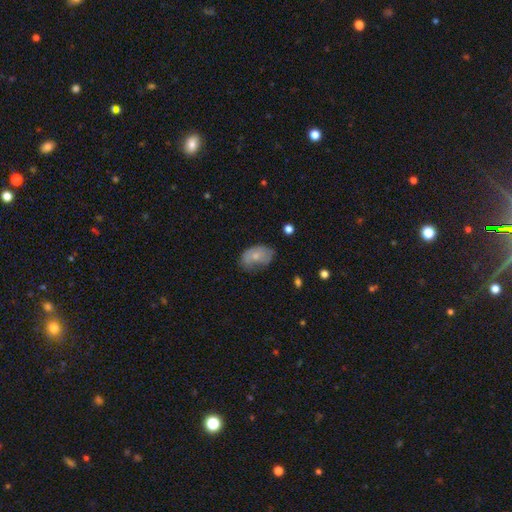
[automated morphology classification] Smooth or featured: smooth — 62% (featured or disk — 30%)
How rounded: in between — 87% (round — 11%)
Merging: none — 46% (minor disturbance — 35%)